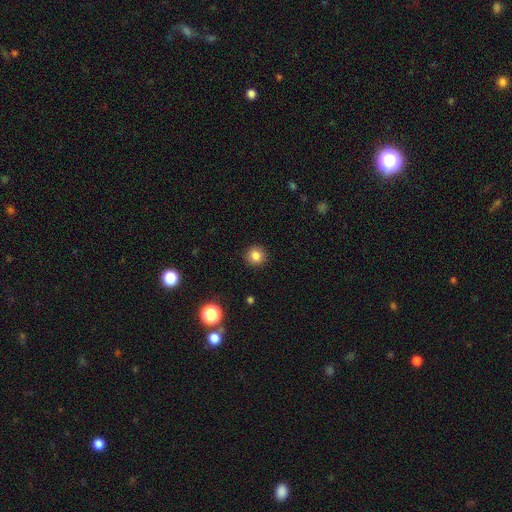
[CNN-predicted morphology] A smooth galaxy with no disk features (83%) that is round (92%).

Vote fractions:
- Smooth or featured? smooth: 83% / star or artifact: 12% / featured or disk: 5%
- How rounded? round: 92% / in between: 7% / cigar-shaped: 1%
- Merging? none: 91% / minor disturbance: 6% / major disturbance: 2% / merger: 1%